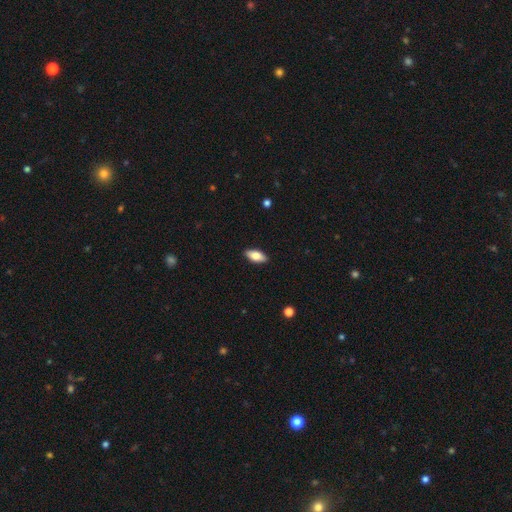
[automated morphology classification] Smooth or featured? Predicted: smooth (p=0.78). How rounded? Predicted: in between (p=0.87). Merging? Predicted: none (p=0.90).